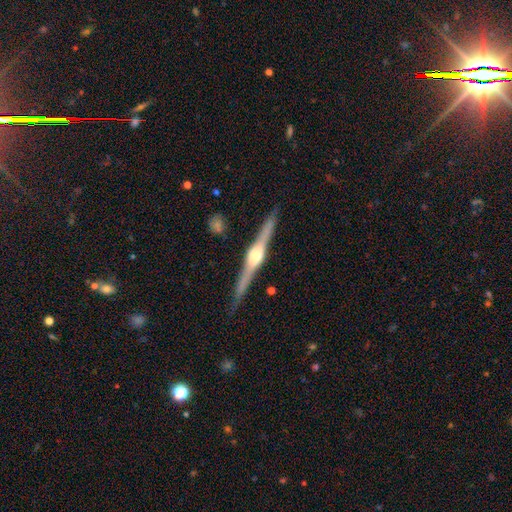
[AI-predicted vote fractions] smooth-or-featured: featured or disk: 86% | smooth: 9% | star or artifact: 5%
  disk-edge-on: yes: 98% | no: 2%
    edge-on-bulge: rounded: 88% | boxy: 9% | none: 2%
  merging: none: 90% | minor disturbance: 7% | major disturbance: 1% | merger: 1%